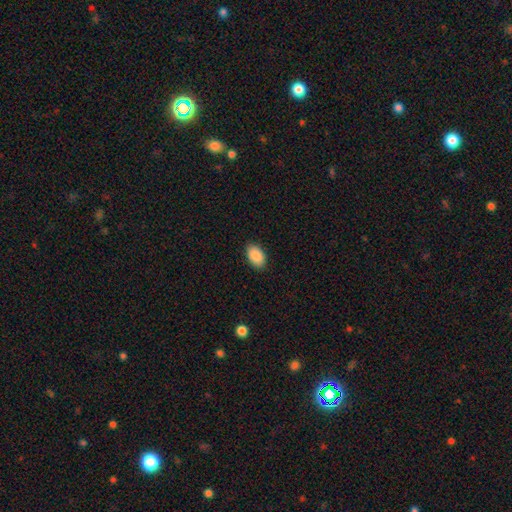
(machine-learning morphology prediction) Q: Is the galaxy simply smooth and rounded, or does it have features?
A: smooth — 90%.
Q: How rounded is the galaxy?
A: in between — 93%.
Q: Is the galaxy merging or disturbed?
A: none — 89%.